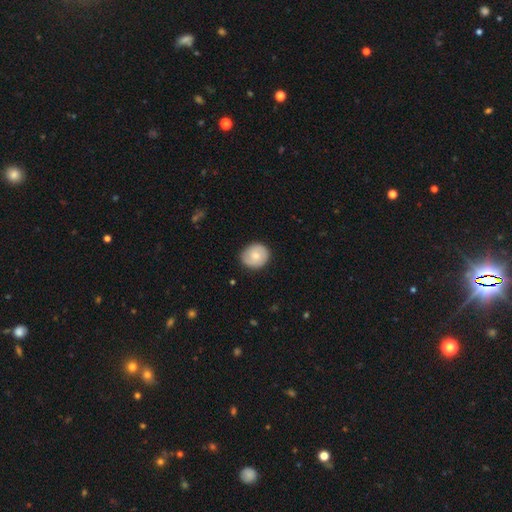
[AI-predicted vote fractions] smooth_or_featured: smooth (p=0.65) [alt: featured or disk p=0.28]
how_rounded: round (p=0.73) [alt: in between p=0.26]
merging: none (p=0.82) [alt: minor disturbance p=0.14]